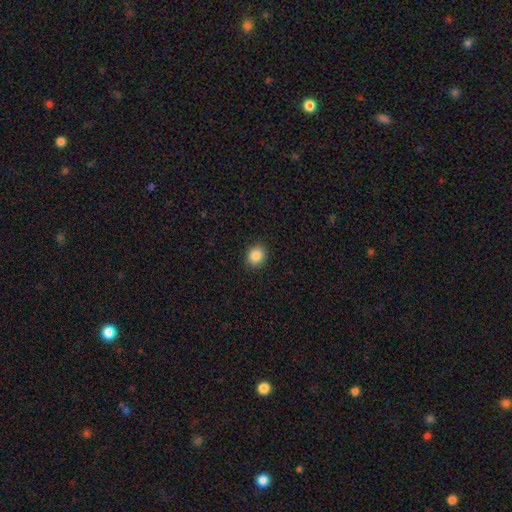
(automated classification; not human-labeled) Smooth or featured?
  - smooth: 87% *
  - star or artifact: 9%
  - featured or disk: 4%
How rounded?
  - round: 75% *
  - in between: 24%
  - cigar-shaped: 1%
Merging?
  - none: 90% *
  - minor disturbance: 7%
  - major disturbance: 2%
  - merger: 1%